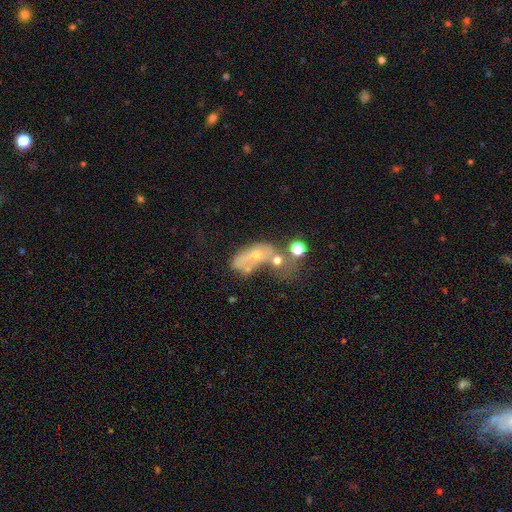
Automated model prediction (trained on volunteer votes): This is possibly a featured or disk galaxy (45%). Merging: possibly merger (50%).